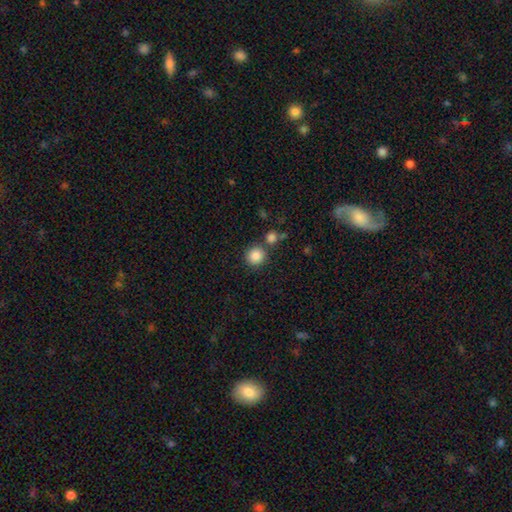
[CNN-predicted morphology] This is clearly a smooth galaxy (86%). How rounded: clearly round (93%). Merging: likely none (77%).